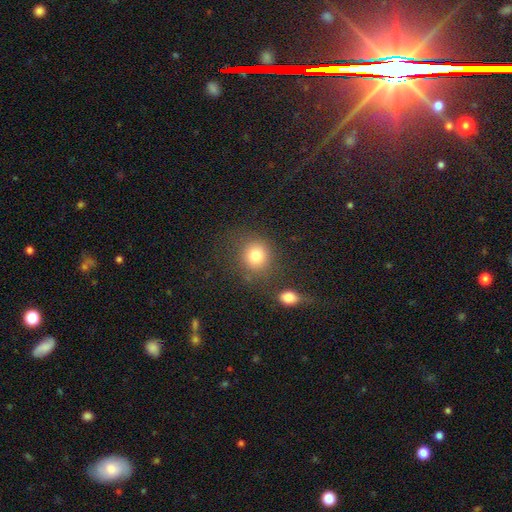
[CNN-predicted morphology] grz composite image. It shows a smooth galaxy with no disk features (81%) that is round (82%). Merging: none (72%).